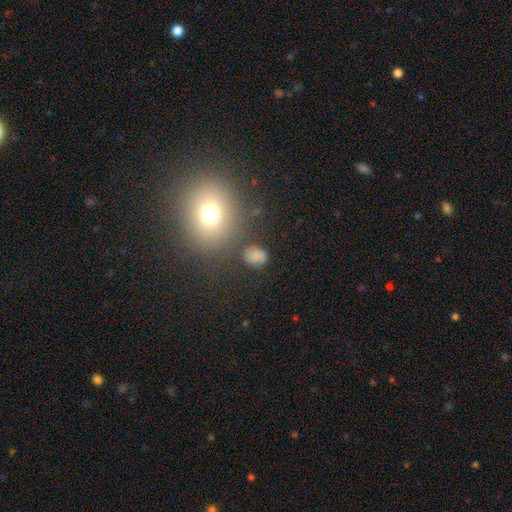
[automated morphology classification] smooth-or-featured: smooth: 79% | star or artifact: 13% | featured or disk: 8%
  how-rounded: round: 53% | in between: 45% | cigar-shaped: 1%
  merging: none: 75% | minor disturbance: 14% | major disturbance: 6% | merger: 5%